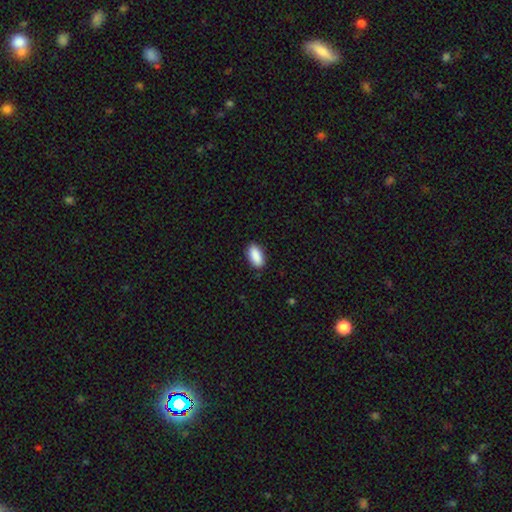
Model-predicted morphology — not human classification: smooth 90%, star or artifact 6%, featured or disk 3%. Down the decision tree: how rounded — in between (91%); merging — none (87%).